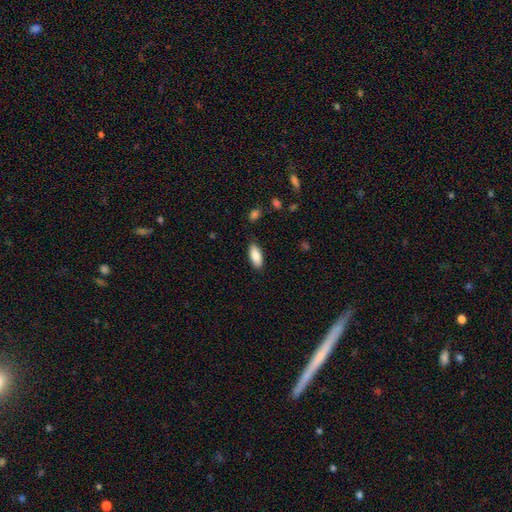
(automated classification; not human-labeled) smooth 87%, featured or disk 7%, star or artifact 6%. Down the decision tree: how rounded — in between (84%); merging — none (87%).